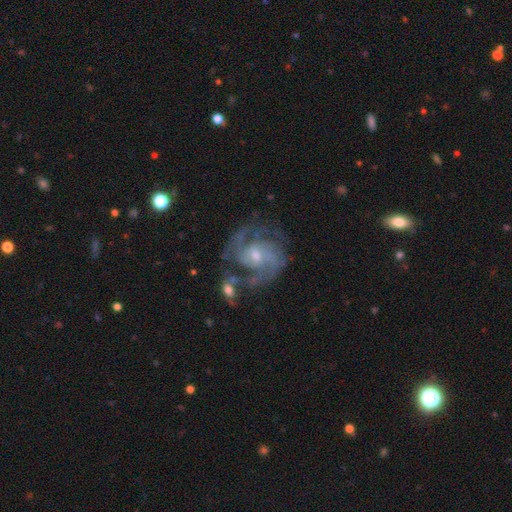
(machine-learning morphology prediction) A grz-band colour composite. It shows a featured or disk galaxy (88%) with a weak bar (45%, tied with no), 2 (46%) medium (50%) spiral arms (96%) and a small central bulge (56%). Merging: none (61%).